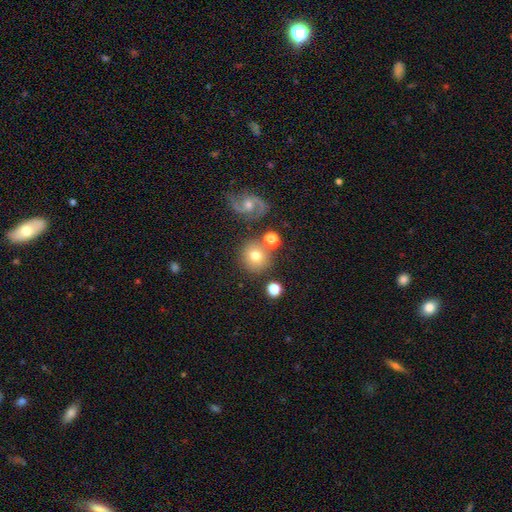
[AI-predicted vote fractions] Q: Smooth or featured?
A: smooth (69%); runner-up: featured or disk (21%)
Q: How rounded?
A: round (89%); runner-up: in between (10%)
Q: Merging?
A: none (74%); runner-up: merger (12%)